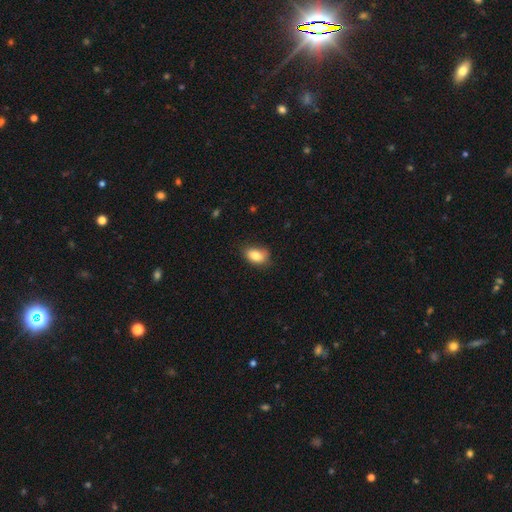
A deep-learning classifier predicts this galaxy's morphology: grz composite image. It shows a smooth galaxy with no disk features (83%) that is in between round and cigar-shaped (87%). Merging: none (70%).